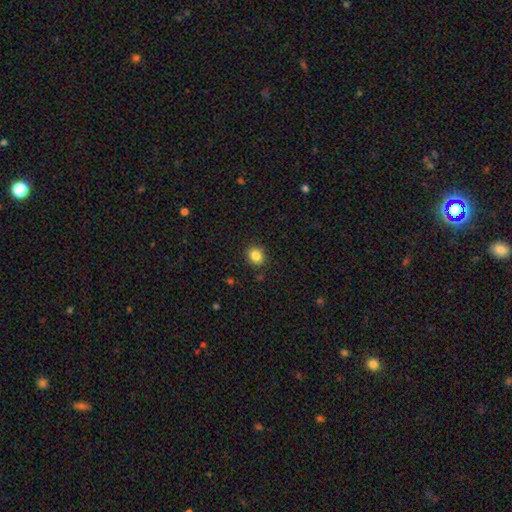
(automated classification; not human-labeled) A smooth galaxy with no disk features (84%) that is round (71%). Merging: none (89%).